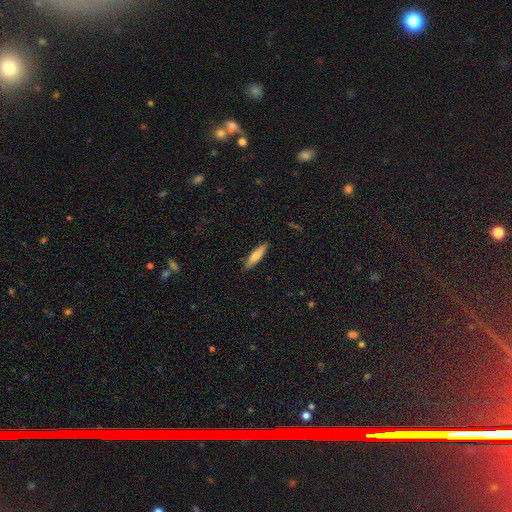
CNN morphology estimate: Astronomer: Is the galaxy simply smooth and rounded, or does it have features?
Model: smooth — 70%.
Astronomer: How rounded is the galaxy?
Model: cigar-shaped — 77%.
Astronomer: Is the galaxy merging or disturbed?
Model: none — 88%.